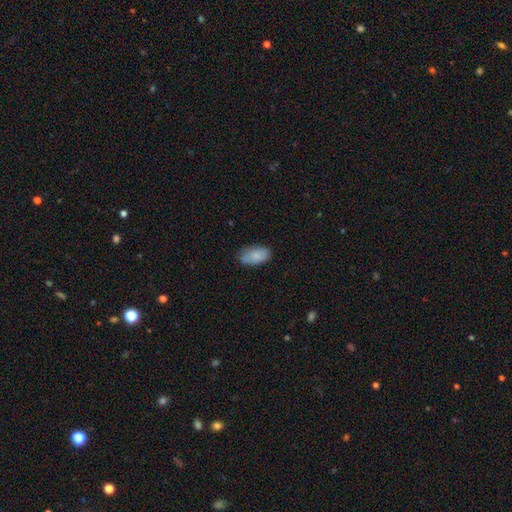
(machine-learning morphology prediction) This appears to be a smooth galaxy with no disk features (86%) that is in between round and cigar-shaped (94%). Merging: none (75%).